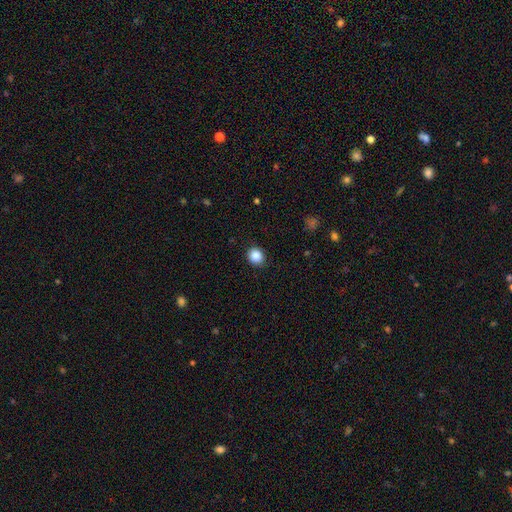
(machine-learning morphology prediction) Smooth or featured: smooth — 88% (star or artifact — 9%)
How rounded: round — 81% (in between — 18%)
Merging: none — 89% (minor disturbance — 8%)